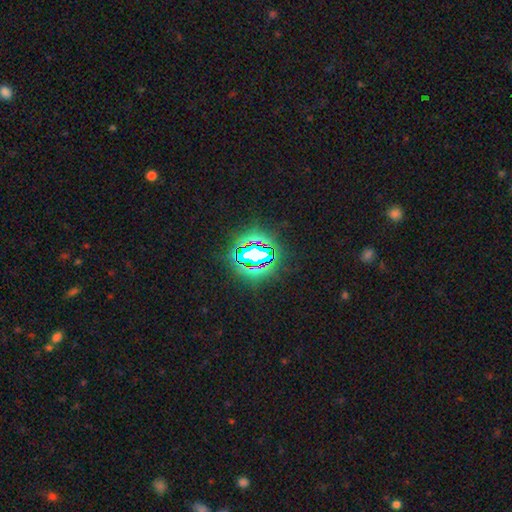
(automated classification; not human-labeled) Smooth or featured? Predicted: star or artifact (p=0.81).